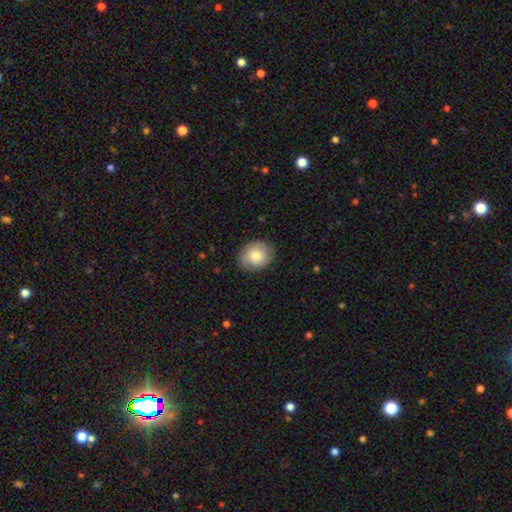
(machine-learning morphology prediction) smooth_or_featured: smooth (p=0.65) [alt: featured or disk p=0.28]
how_rounded: round (p=0.73) [alt: in between p=0.26]
merging: none (p=0.82) [alt: minor disturbance p=0.14]